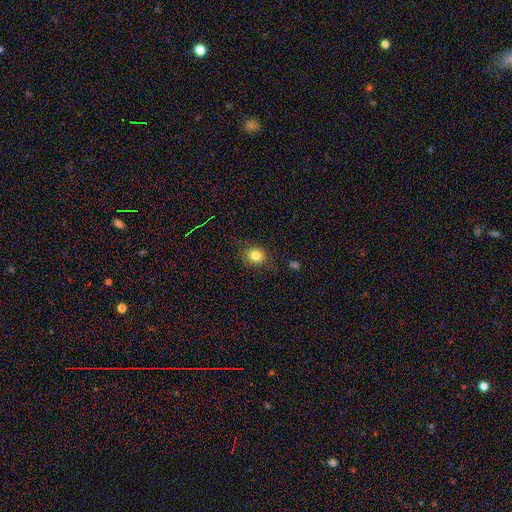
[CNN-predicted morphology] smooth 82%, star or artifact 11%, featured or disk 7%. Down the decision tree: how rounded — round (58%); merging — none (80%).